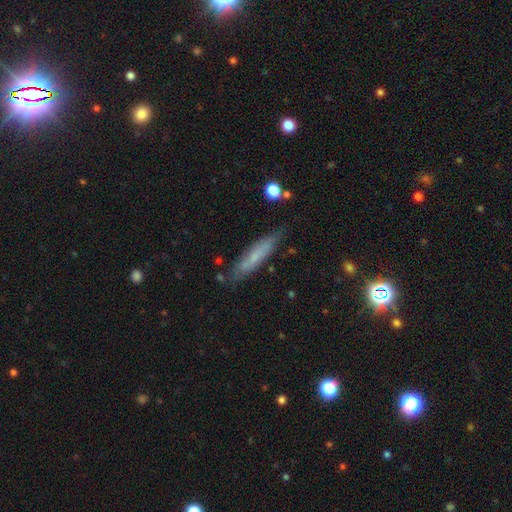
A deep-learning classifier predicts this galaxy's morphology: This is possibly a smooth galaxy (58%). How rounded: clearly cigar-shaped (86%). Merging: clearly none (80%).